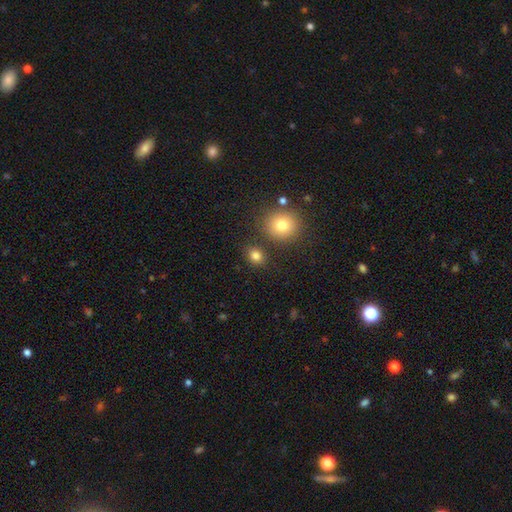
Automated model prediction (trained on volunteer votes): This is clearly a smooth galaxy (82%). How rounded: possibly round (57%). Merging: clearly none (81%).